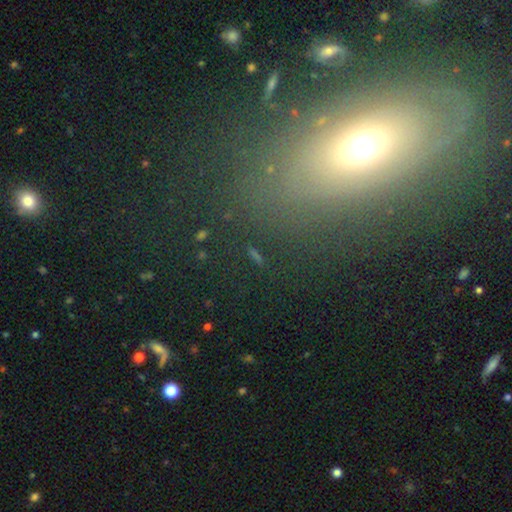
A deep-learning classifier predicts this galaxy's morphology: Smooth or featured: star or artifact — 43% (smooth — 38%)